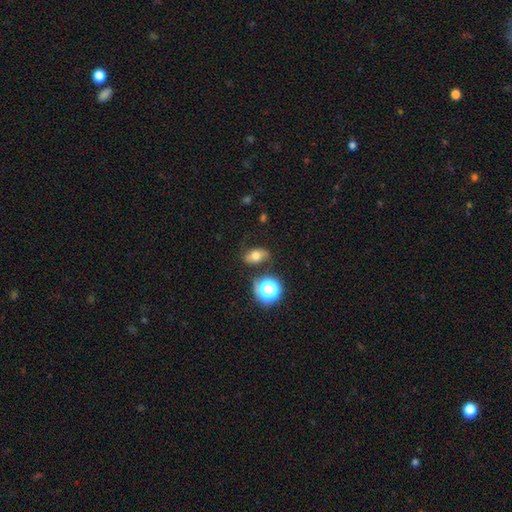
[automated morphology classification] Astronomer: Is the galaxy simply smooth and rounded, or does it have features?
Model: smooth — 61%.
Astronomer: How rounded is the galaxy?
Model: in between — 78%.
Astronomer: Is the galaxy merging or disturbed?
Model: none — 72%.